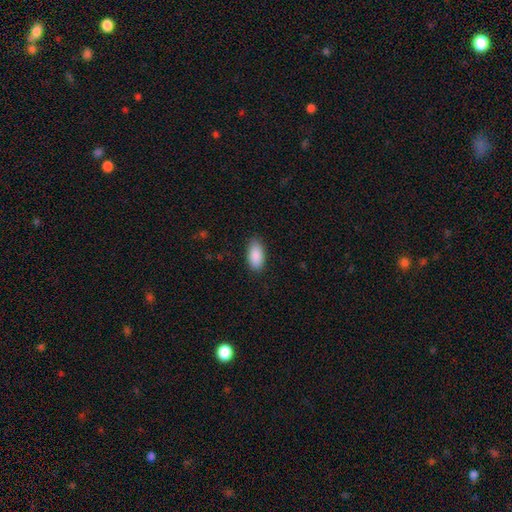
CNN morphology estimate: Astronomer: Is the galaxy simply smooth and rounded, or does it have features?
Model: smooth — 90%.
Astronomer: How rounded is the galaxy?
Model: in between — 93%.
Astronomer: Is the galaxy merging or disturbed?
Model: none — 85%.